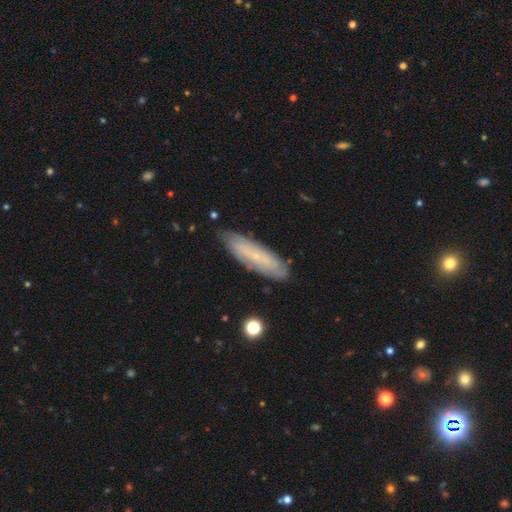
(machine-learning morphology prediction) Overall: featured or disk (51%; smooth 41%). Edge-on disk: no (68%; yes 32%). Merging: none (81%).